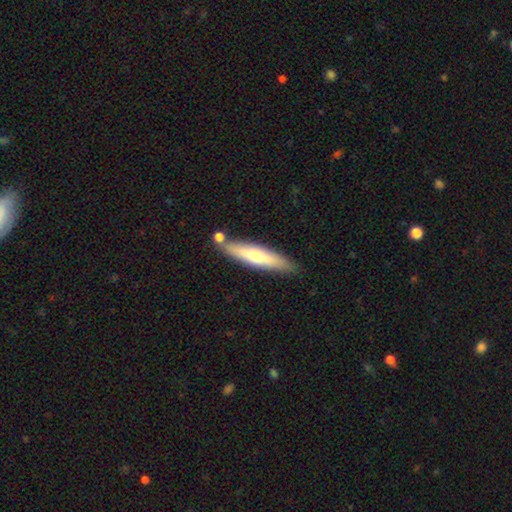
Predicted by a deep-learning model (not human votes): Smooth or featured? smooth (57%)
How rounded? cigar-shaped (84%)
Merging? none (80%)